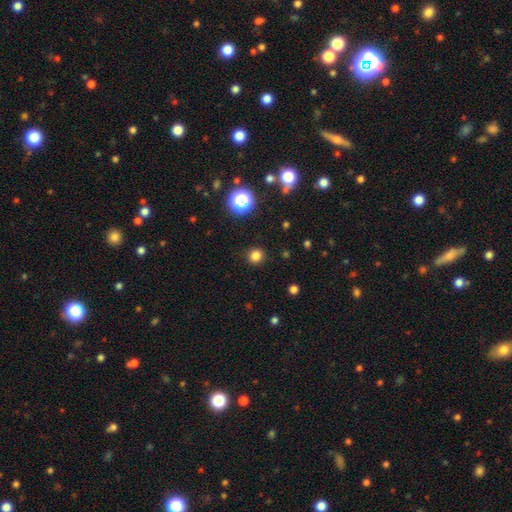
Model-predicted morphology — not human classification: This appears to be a smooth galaxy with no disk features (80%) that is round (92%). Merging: none (91%).